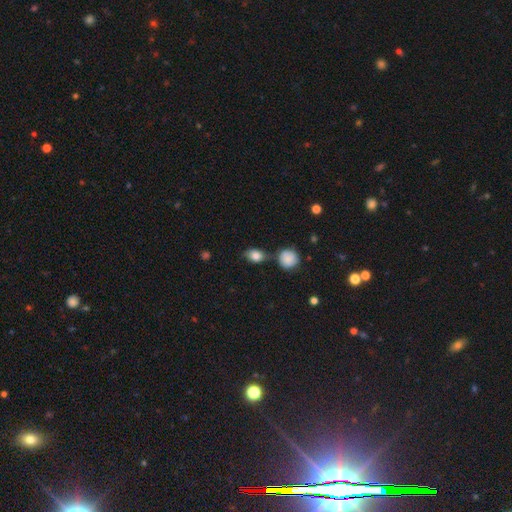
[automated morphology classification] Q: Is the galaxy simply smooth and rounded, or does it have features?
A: smooth — 81%.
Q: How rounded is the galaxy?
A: in between — 71%.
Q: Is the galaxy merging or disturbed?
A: none — 61%.